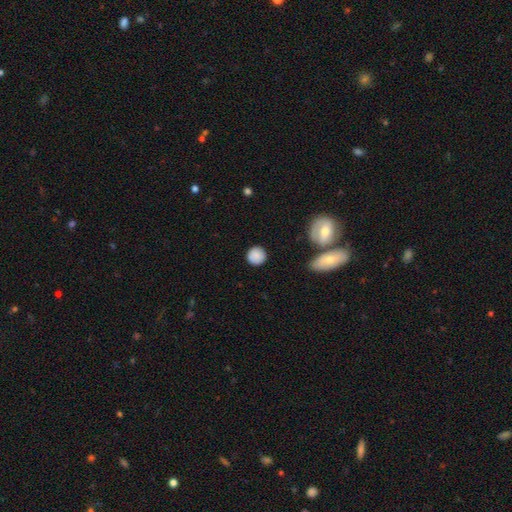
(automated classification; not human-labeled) Smooth or featured: smooth — 85% (featured or disk — 8%)
How rounded: round — 92% (in between — 7%)
Merging: none — 86% (minor disturbance — 9%)